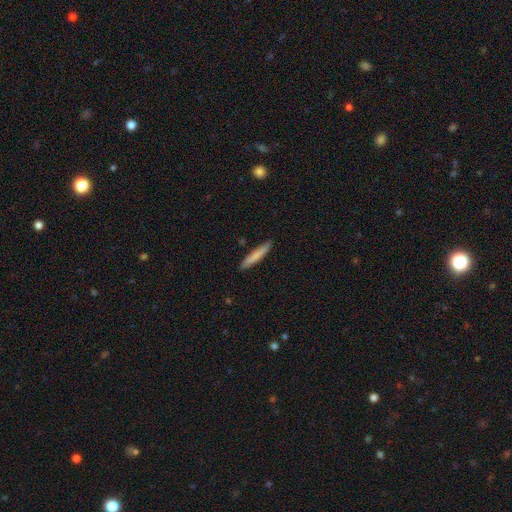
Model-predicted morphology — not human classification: smooth 77%, featured or disk 18%, star or artifact 6%. Down the decision tree: how rounded — cigar-shaped (94%); merging — none (90%).